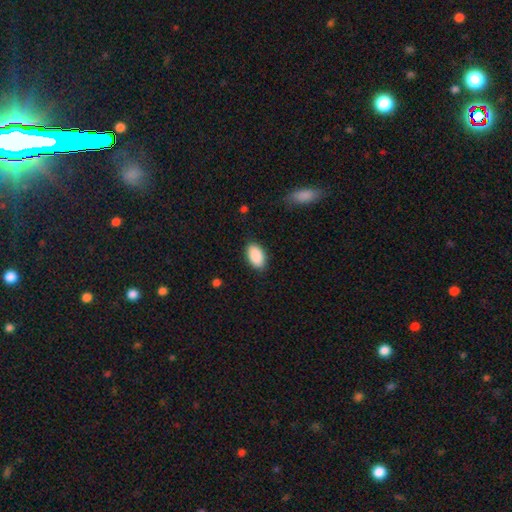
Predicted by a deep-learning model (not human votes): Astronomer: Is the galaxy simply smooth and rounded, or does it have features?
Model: smooth — 91%.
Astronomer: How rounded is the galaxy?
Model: in between — 94%.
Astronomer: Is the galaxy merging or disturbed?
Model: none — 87%.